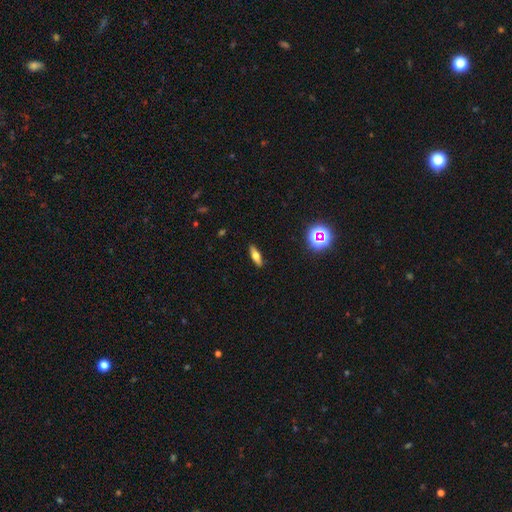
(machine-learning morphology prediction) This is possibly a smooth galaxy (53%). How rounded: possibly cigar-shaped (49%). Merging: clearly none (90%).